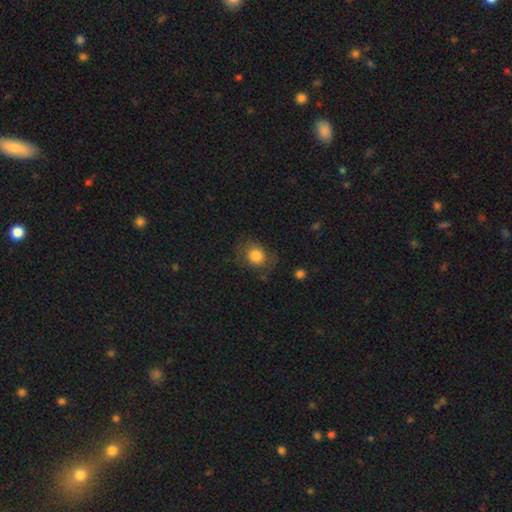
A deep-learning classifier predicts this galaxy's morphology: Smooth or featured? Predicted: smooth (p=0.81). How rounded? Predicted: round (p=0.71). Merging? Predicted: none (p=0.71).